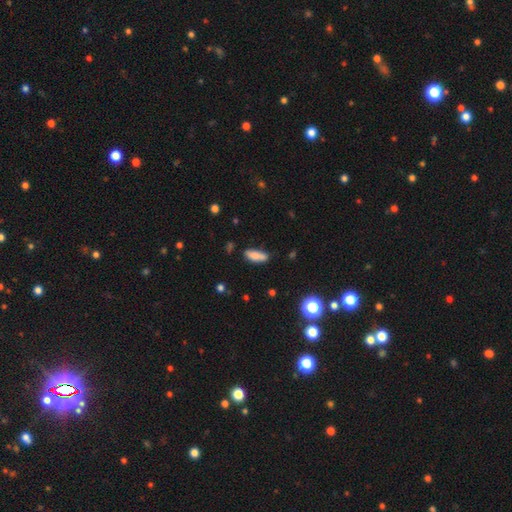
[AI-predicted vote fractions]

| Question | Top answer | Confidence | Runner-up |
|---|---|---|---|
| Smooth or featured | smooth | 80% | featured or disk (11%) |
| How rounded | in between | 69% | cigar-shaped (29%) |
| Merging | none | 69% | minor disturbance (22%) |